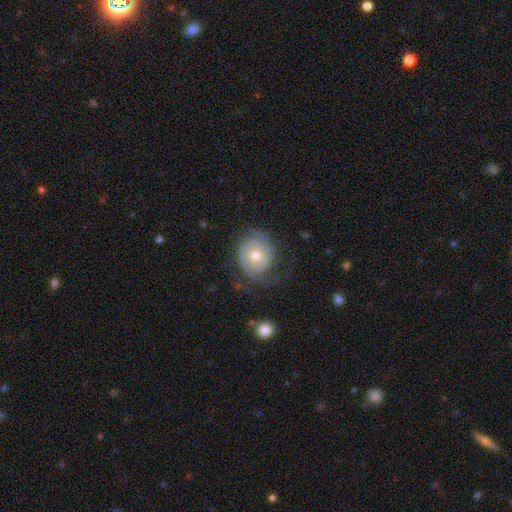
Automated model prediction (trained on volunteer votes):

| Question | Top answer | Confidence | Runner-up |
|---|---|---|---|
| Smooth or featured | featured or disk | 64% | smooth (29%) |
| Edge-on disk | no | 97% | yes (3%) |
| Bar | no | 80% | weak (17%) |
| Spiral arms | yes | 86% | no (14%) |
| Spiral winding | tight | 53% | medium (30%) |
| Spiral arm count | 2 | 56% | can't tell (21%) |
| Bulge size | moderate | 67% | small (27%) |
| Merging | none | 59% | minor disturbance (22%) |